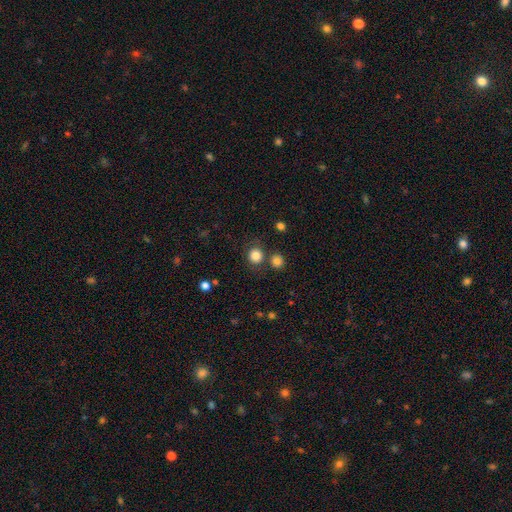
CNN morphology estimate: The model was most divided on "merging": none: 75%, merger: 12%, minor disturbance: 10%, major disturbance: 4%. More confident: how rounded — round (87%); smooth or featured — smooth (83%).